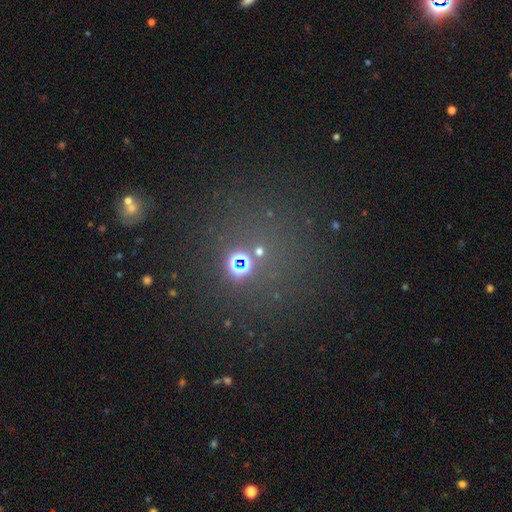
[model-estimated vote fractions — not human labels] Smooth or featured: star or artifact — 57% (smooth — 34%)